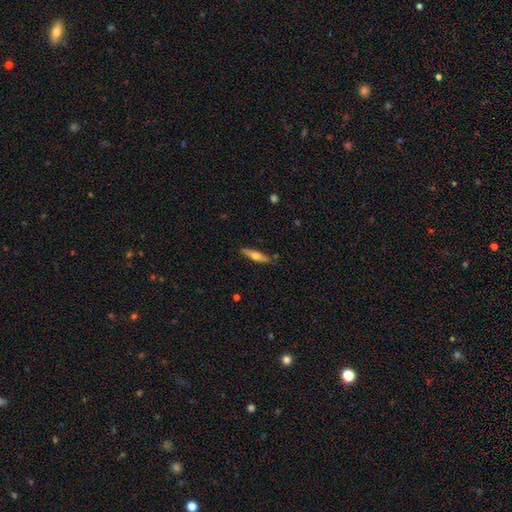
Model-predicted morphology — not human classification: Q: Smooth or featured?
A: smooth (50%); runner-up: featured or disk (44%)
Q: Merging?
A: none (87%); runner-up: minor disturbance (10%)